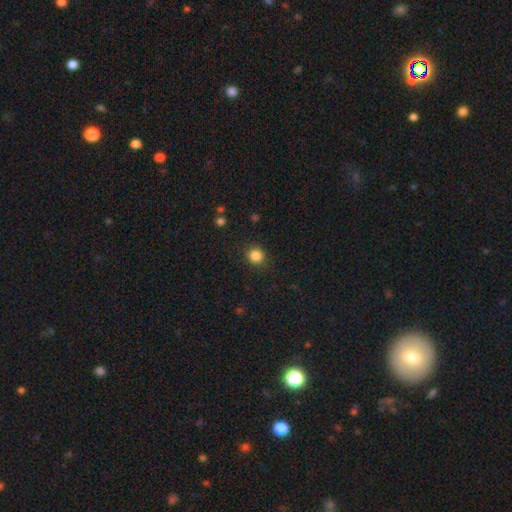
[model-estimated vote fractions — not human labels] A smooth galaxy with no disk features (84%) that is round (87%).

Vote fractions:
- Smooth or featured? smooth: 84% / star or artifact: 12% / featured or disk: 4%
- How rounded? round: 87% / in between: 12% / cigar-shaped: 1%
- Merging? none: 89% / minor disturbance: 7% / major disturbance: 3% / merger: 1%